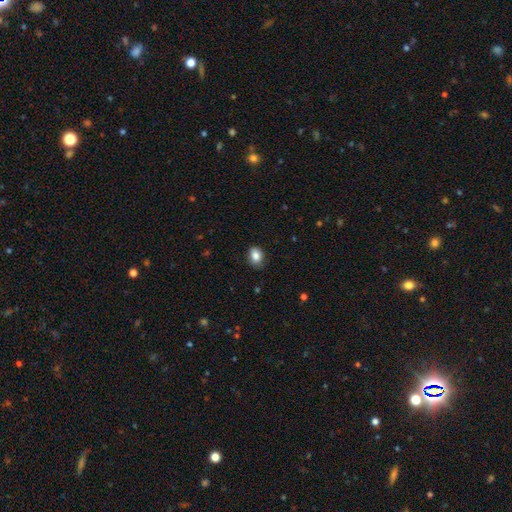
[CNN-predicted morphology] This is clearly a smooth galaxy (85%). How rounded: likely in between (64%). Merging: clearly none (82%).